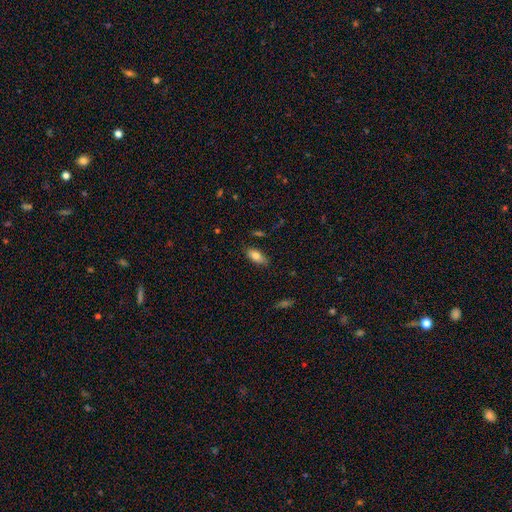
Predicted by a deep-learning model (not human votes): A smooth galaxy with no disk features (79%) that is in between round and cigar-shaped (88%). Merging: none (82%).